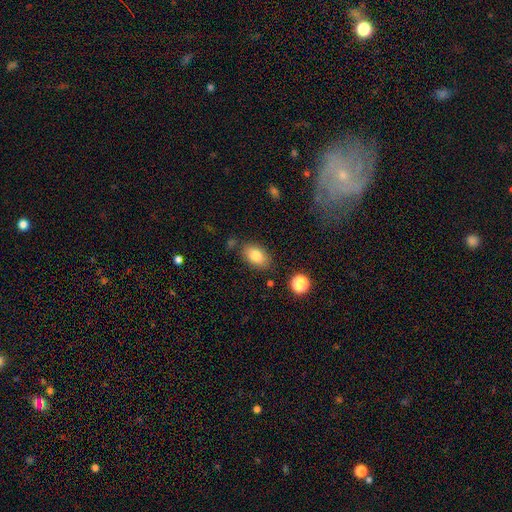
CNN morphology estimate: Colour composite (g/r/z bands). It shows a smooth galaxy with no disk features (80%) that is in between round and cigar-shaped (88%). Merging: none (81%).